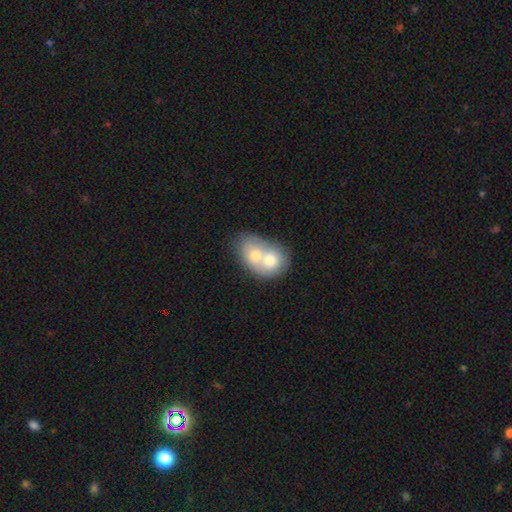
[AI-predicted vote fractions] Q: Smooth or featured?
A: smooth (65%); runner-up: featured or disk (28%)
Q: How rounded?
A: in between (61%); runner-up: round (38%)
Q: Merging?
A: merger (77%); runner-up: none (14%)